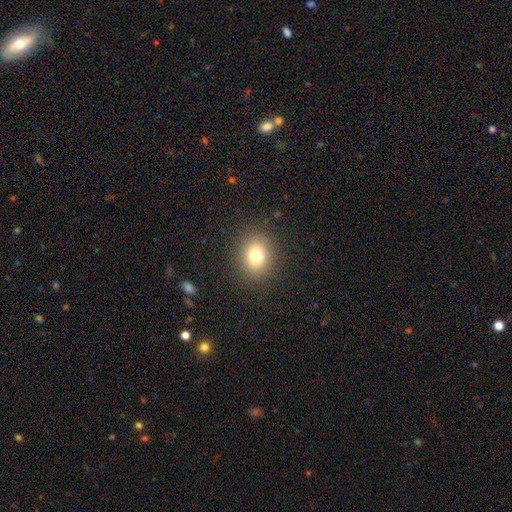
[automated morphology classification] type=smooth (76%); roundness=round (69%); merging=none (88%).